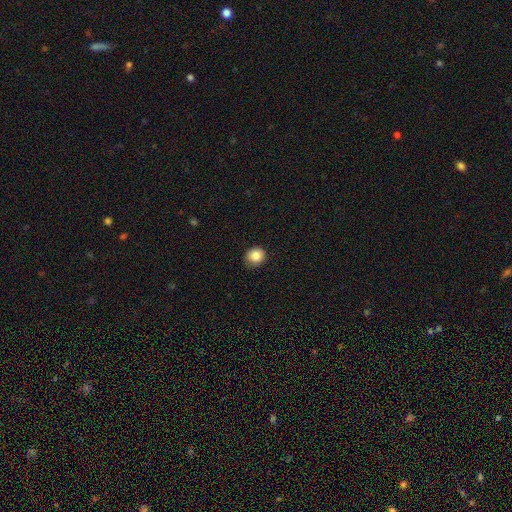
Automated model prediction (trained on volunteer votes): smooth 85%, star or artifact 10%, featured or disk 6%. Down the decision tree: how rounded — round (78%); merging — none (82%).